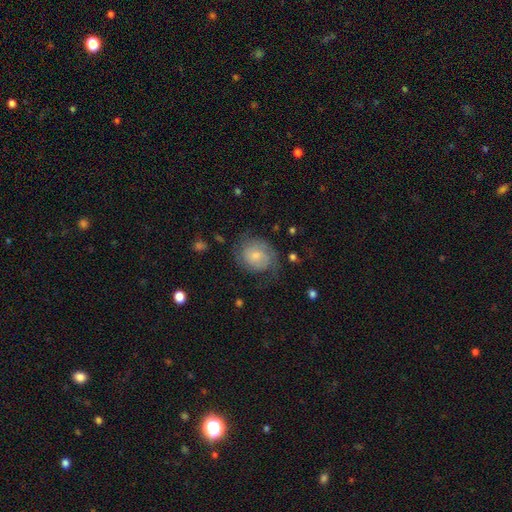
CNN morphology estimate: smooth-or-featured: featured or disk: 60% | smooth: 33% | star or artifact: 8%
  disk-edge-on: no: 98% | yes: 2%
    bar: no: 62% | weak: 33% | strong: 5%
    has-spiral-arms: yes: 88% | no: 12%
      spiral-winding: tight: 46% | medium: 37% | loose: 17%
      spiral-arm-count: 2: 48% | can't tell: 27% | 1: 12% | 3: 8% | 4: 3% | more than 4: 3%
    bulge-size: small: 51% | moderate: 38% | none: 5% | large: 4% | dominant: 1%
  merging: none: 58% | minor disturbance: 22% | major disturbance: 18% | merger: 2%